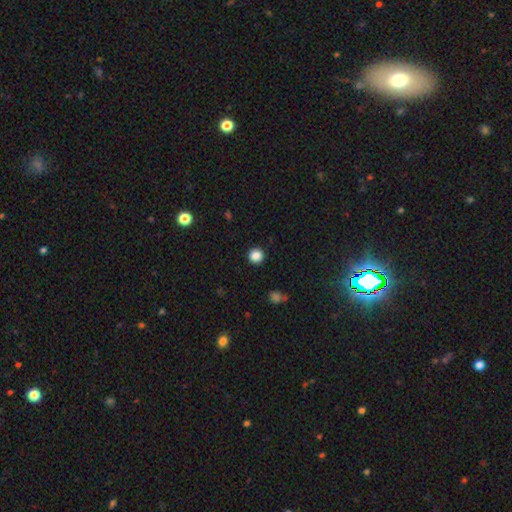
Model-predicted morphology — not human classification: Smooth or featured? smooth (86%)
How rounded? round (95%)
Merging? none (93%)